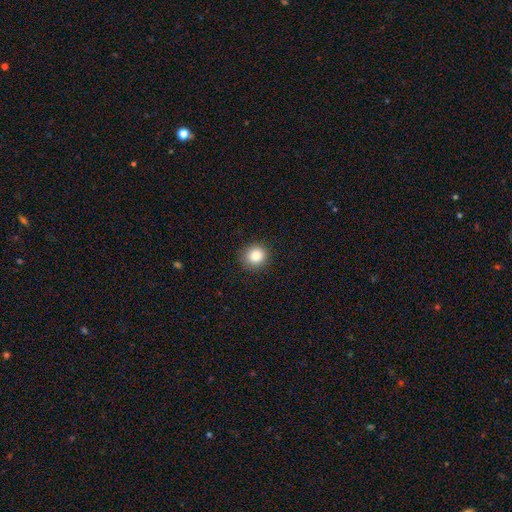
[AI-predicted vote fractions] Overall: smooth (86%). How rounded: round (88%). Merging: none (90%).